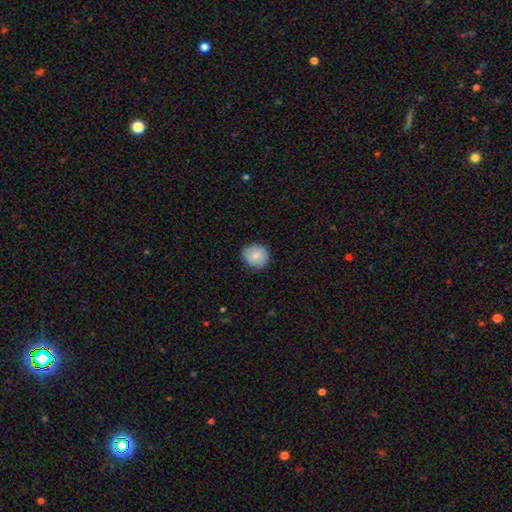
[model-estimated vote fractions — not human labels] smooth-or-featured: smooth: 87% | star or artifact: 7% | featured or disk: 6%
  how-rounded: round: 83% | in between: 16% | cigar-shaped: 1%
  merging: none: 86% | minor disturbance: 11% | major disturbance: 2% | merger: 1%